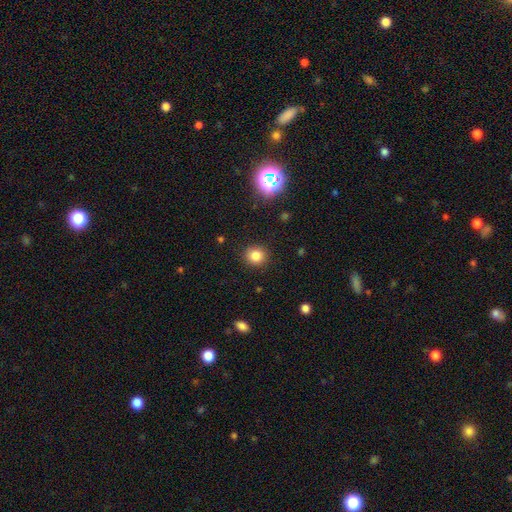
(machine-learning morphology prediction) type=smooth (82%); roundness=round (85%); merging=none (89%).